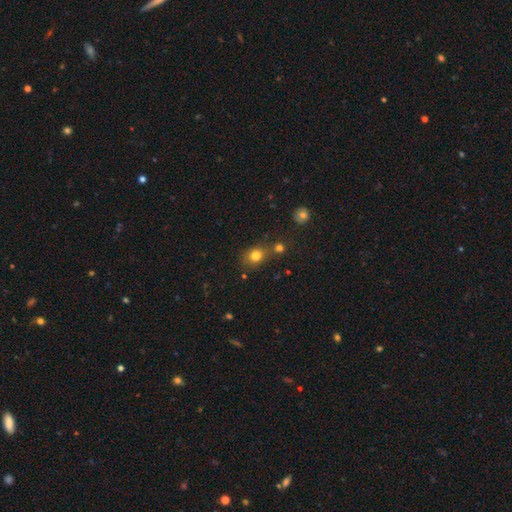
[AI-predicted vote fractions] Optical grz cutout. It shows a smooth galaxy with no disk features (79%) that is round (62%). Merging: none (67%).